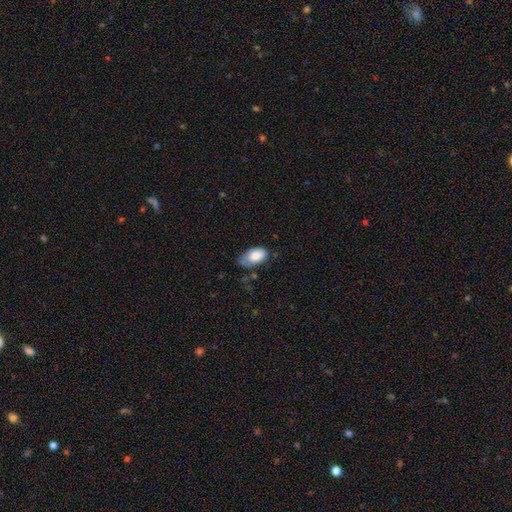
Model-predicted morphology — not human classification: smooth 79%, featured or disk 14%, star or artifact 7%. Down the decision tree: how rounded — in between (94%); merging — none (41%).